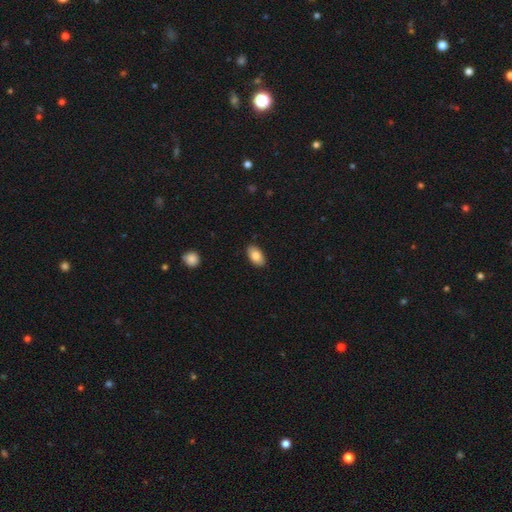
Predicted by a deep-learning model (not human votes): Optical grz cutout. It shows a smooth galaxy with no disk features (83%) that is in between round and cigar-shaped (94%). Merging: none (88%).